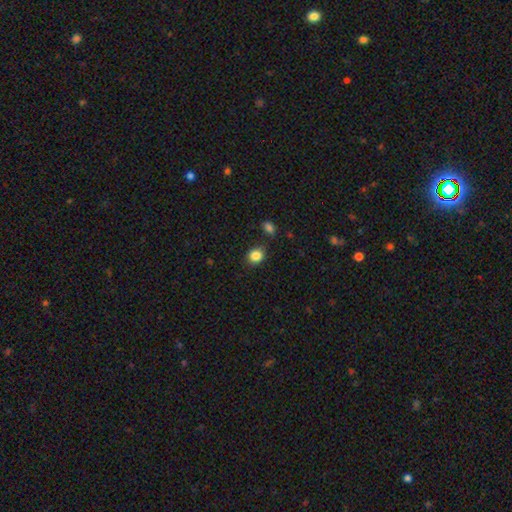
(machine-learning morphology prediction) smooth 86%, star or artifact 10%, featured or disk 4%. Down the decision tree: how rounded — round (70%); merging — none (80%).